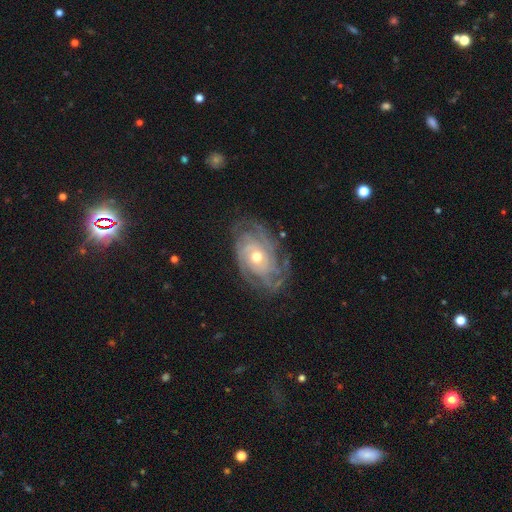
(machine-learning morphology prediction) Smooth or featured? featured or disk (86%)
Edge-on disk? no (96%)
Bar? no (73%)
Spiral arms? yes (97%)
Spiral winding? tight (75%)
Spiral arm count? can't tell (31%)
Bulge size? moderate (52%)
Merging? none (78%)